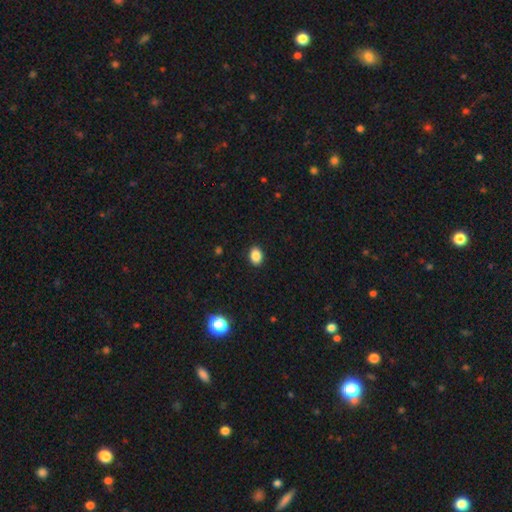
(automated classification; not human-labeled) smooth_or_featured: smooth (p=0.87) [alt: star or artifact p=0.10]
how_rounded: in between (p=0.68) [alt: round p=0.31]
merging: none (p=0.90) [alt: minor disturbance p=0.07]